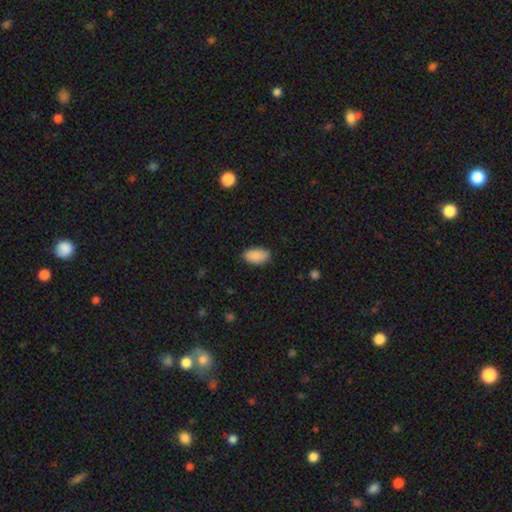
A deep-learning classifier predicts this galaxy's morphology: Smooth or featured? Predicted: smooth (p=0.89). How rounded? Predicted: in between (p=0.94). Merging? Predicted: none (p=0.84).